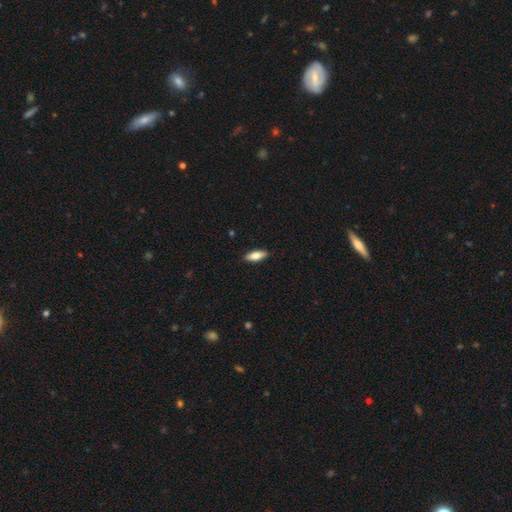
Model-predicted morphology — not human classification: smooth 77%, featured or disk 17%, star or artifact 6%. Down the decision tree: how rounded — in between (70%); merging — none (88%).